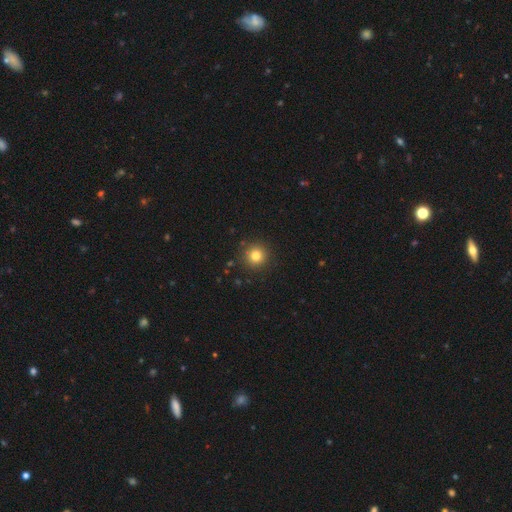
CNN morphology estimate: Smooth or featured?
  - smooth: 81% *
  - star or artifact: 13%
  - featured or disk: 6%
How rounded?
  - round: 94% *
  - in between: 5%
  - cigar-shaped: 1%
Merging?
  - none: 90% *
  - minor disturbance: 6%
  - major disturbance: 2%
  - merger: 1%